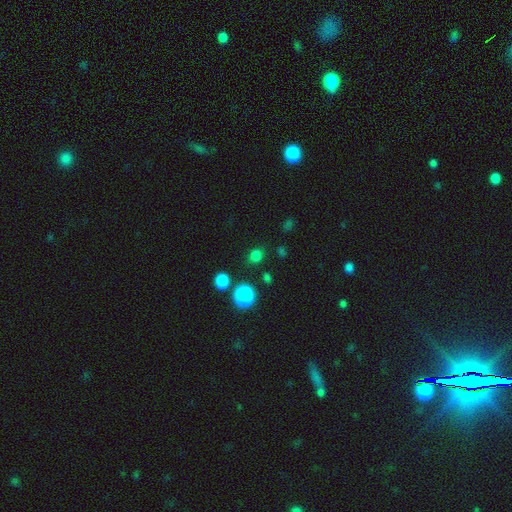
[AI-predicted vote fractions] Overall: smooth (76%). How rounded: round (69%; in between 30%). Merging: none (81%).